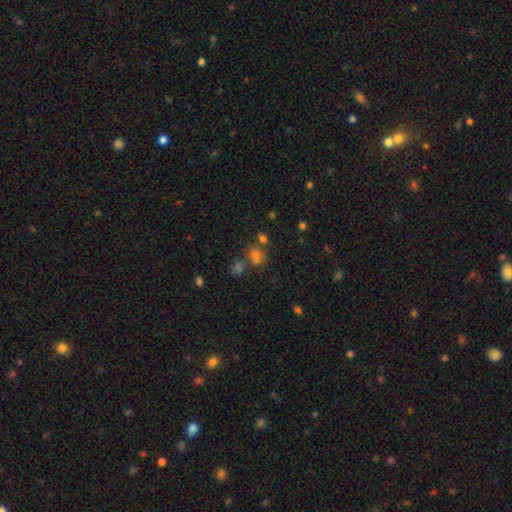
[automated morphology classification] Smooth or featured: smooth — 56% (star or artifact — 34%)
How rounded: round — 60% (in between — 38%)
Merging: none — 56% (merger — 27%)